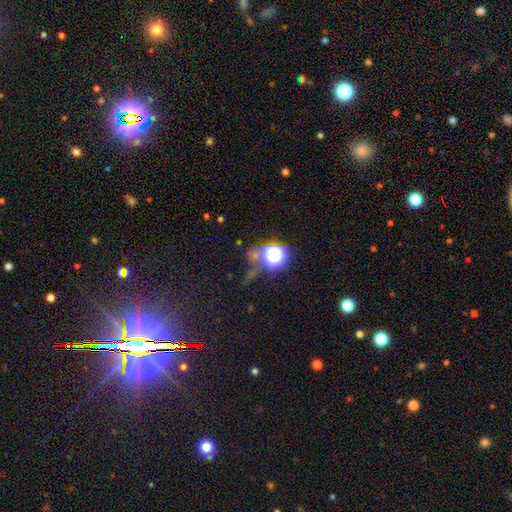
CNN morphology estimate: A star or artifact, not a galaxy (64%).